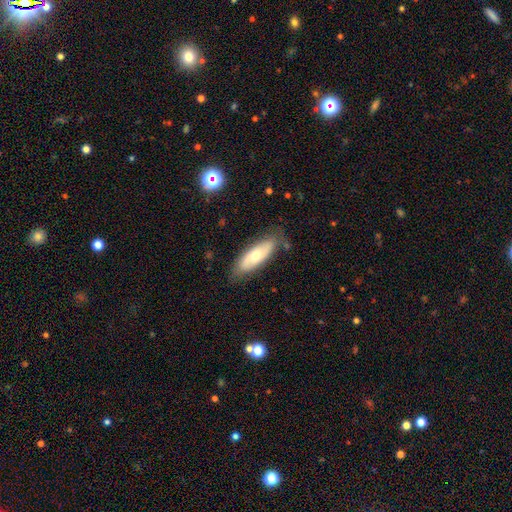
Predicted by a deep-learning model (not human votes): Overall: smooth (56%; featured or disk 38%). How rounded: in between (64%; cigar-shaped 34%). Merging: none (77%).